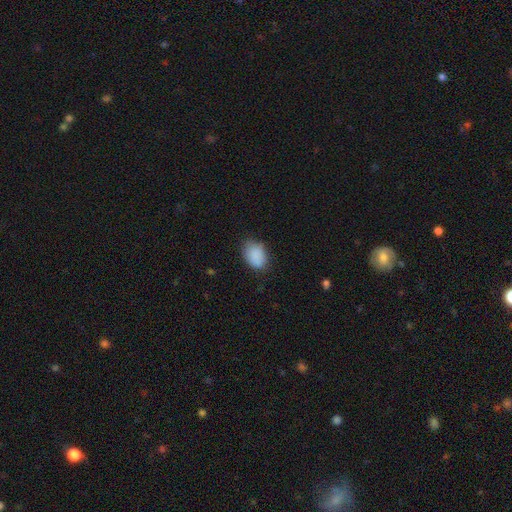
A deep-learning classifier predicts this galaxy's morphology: Smooth or featured?
  - smooth: 87% *
  - star or artifact: 8%
  - featured or disk: 5%
How rounded?
  - in between: 80% *
  - round: 19%
  - cigar-shaped: 1%
Merging?
  - none: 71% *
  - minor disturbance: 23%
  - major disturbance: 5%
  - merger: 1%